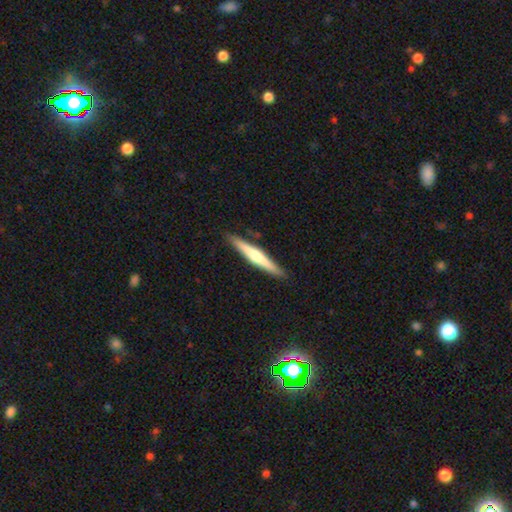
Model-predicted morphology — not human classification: Overall: featured or disk (53%; smooth 42%). Edge-on disk: yes (97%). Edge-on bulge: rounded (72%). Merging: none (90%).